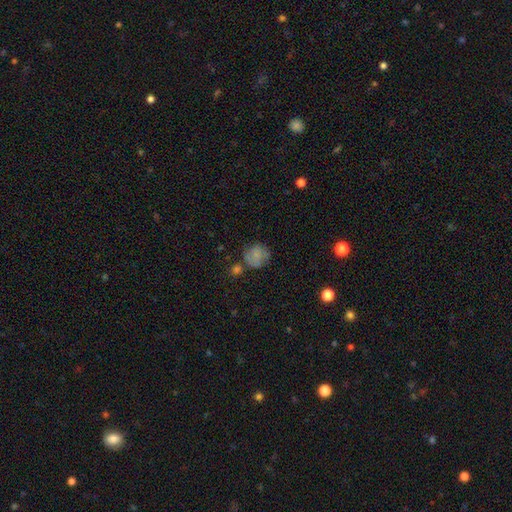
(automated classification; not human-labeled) A smooth galaxy with no disk features (70%) that is round (81%). Merging: none (56%).